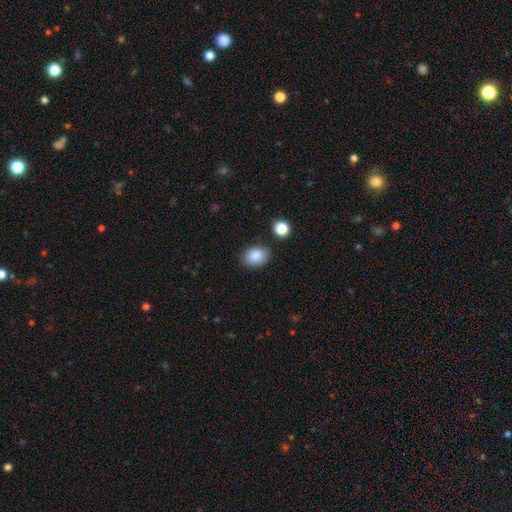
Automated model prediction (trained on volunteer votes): The model was most divided on "how rounded": in between: 71%, round: 28%, cigar-shaped: 1%. More confident: smooth or featured — smooth (86%); merging — none (82%).